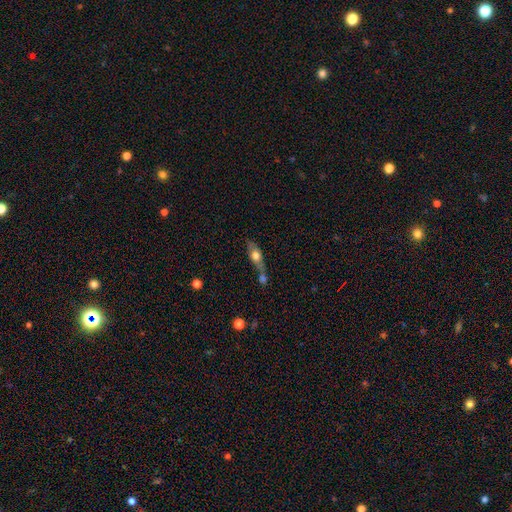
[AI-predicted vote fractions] smooth_or_featured: smooth (p=0.53) [alt: featured or disk p=0.39]
how_rounded: in between (p=0.59) [alt: cigar-shaped p=0.33]
merging: merger (p=0.42) [alt: none p=0.34]